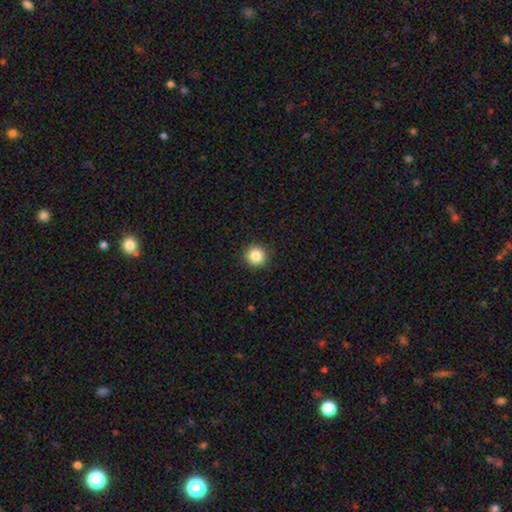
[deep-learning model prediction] The model was most divided on "smooth or featured": smooth: 85%, star or artifact: 10%, featured or disk: 5%. More confident: how rounded — round (94%); merging — none (92%).